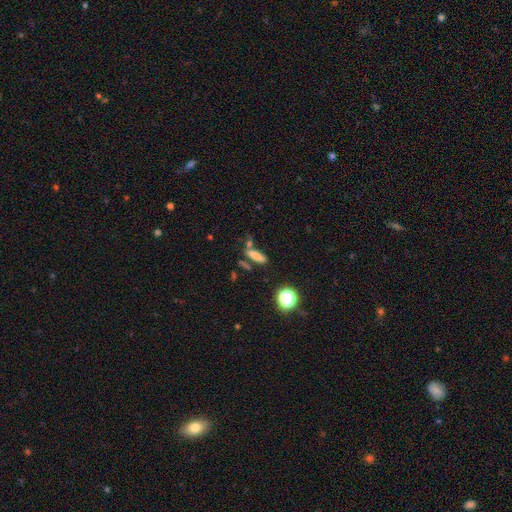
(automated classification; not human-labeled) Smooth or featured? Predicted: smooth (p=0.72). How rounded? Predicted: cigar-shaped (p=0.62). Merging? Predicted: none (p=0.60).